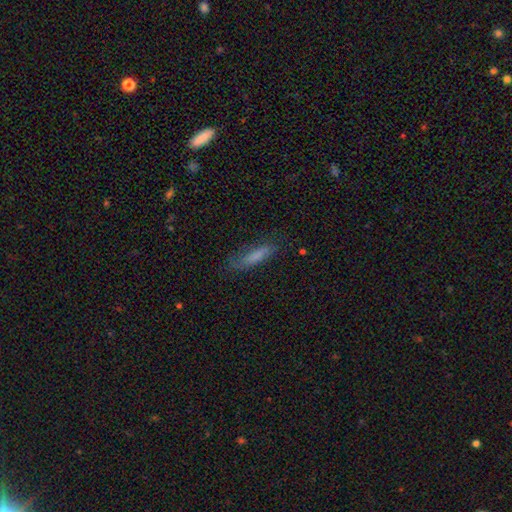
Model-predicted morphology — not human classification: type=smooth (71%); roundness=cigar-shaped (75%); merging=none (70%).